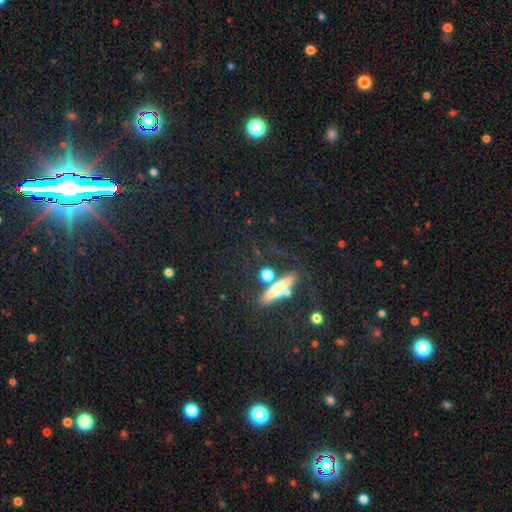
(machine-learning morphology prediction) Overall: star or artifact (37%, tied with featured or disk).